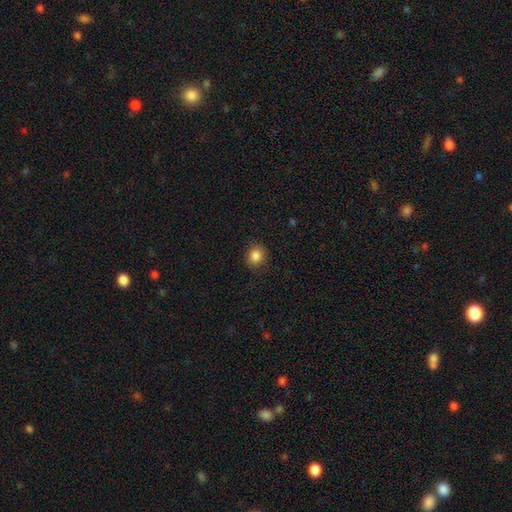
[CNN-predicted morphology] type=smooth (85%); roundness=round (71%); merging=none (85%).